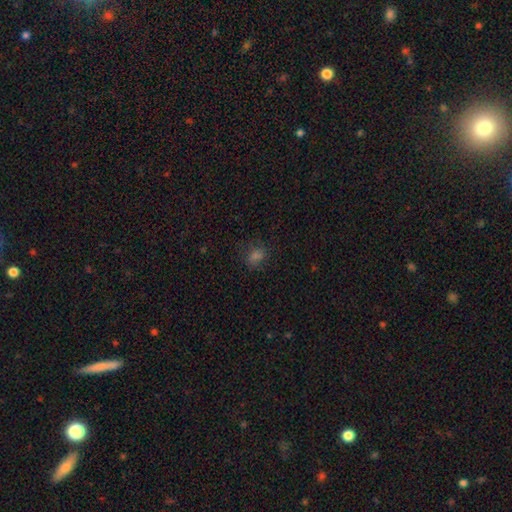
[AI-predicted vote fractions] Smooth or featured? smooth (64%)
How rounded? in between (52%)
Merging? none (74%)